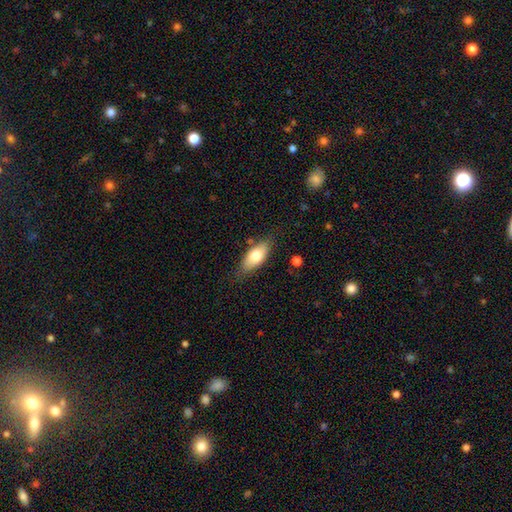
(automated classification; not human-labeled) Q: Smooth or featured?
A: smooth (74%); runner-up: featured or disk (19%)
Q: How rounded?
A: in between (85%); runner-up: cigar-shaped (12%)
Q: Merging?
A: none (77%); runner-up: minor disturbance (17%)